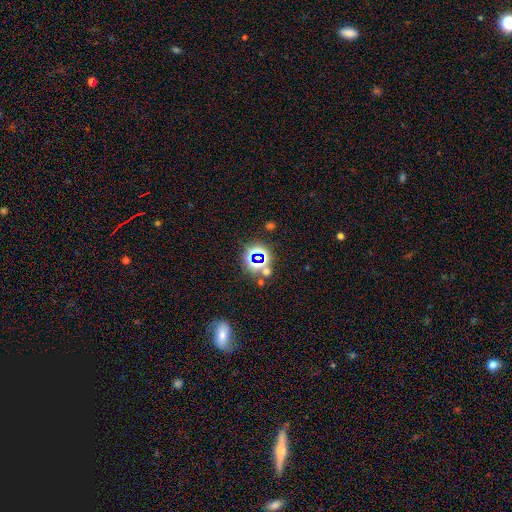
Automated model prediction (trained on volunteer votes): Morphology: type=star or artifact (69%).